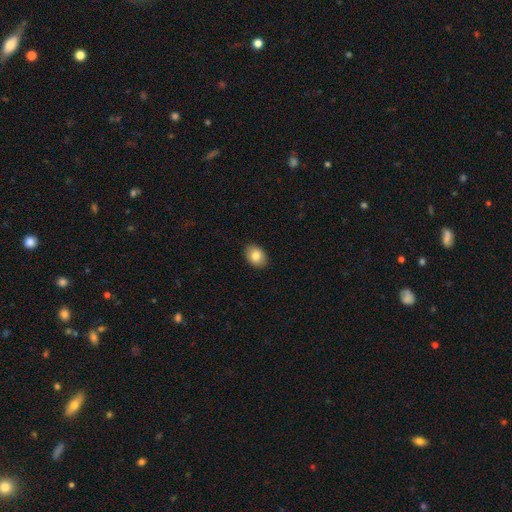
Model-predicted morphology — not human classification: Smooth or featured? Predicted: smooth (p=0.84). How rounded? Predicted: in between (p=0.75). Merging? Predicted: none (p=0.90).